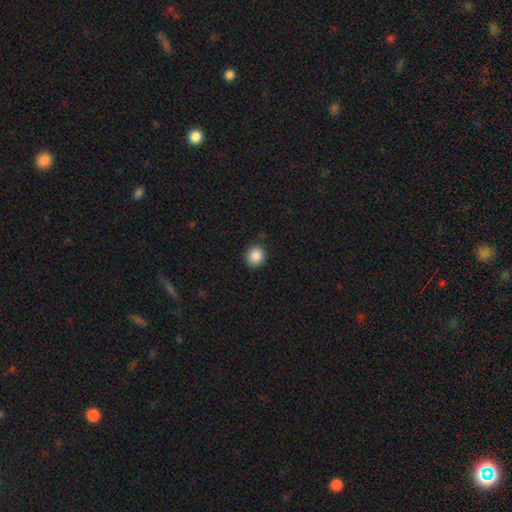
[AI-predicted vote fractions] Overall: smooth (88%). How rounded: round (81%). Merging: none (87%).